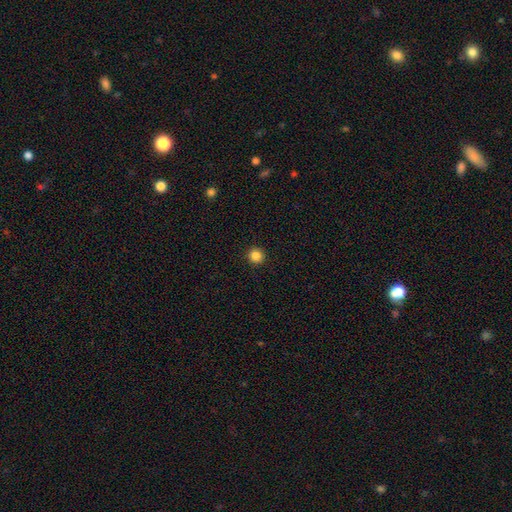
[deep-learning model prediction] This is clearly a smooth galaxy (85%). How rounded: clearly round (94%). Merging: clearly none (93%).